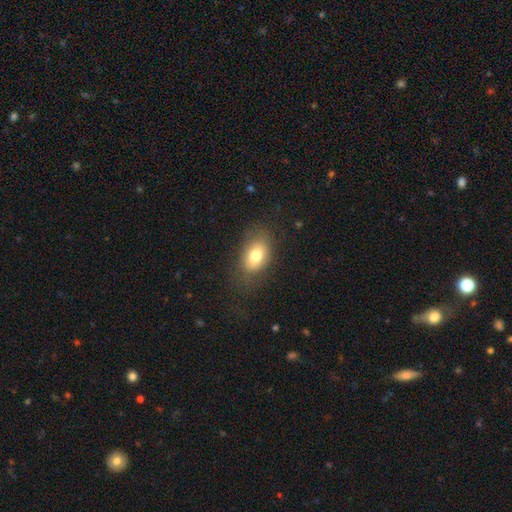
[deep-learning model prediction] Smooth or featured? Predicted: smooth (p=0.75). How rounded? Predicted: in between (p=0.80). Merging? Predicted: none (p=0.71).